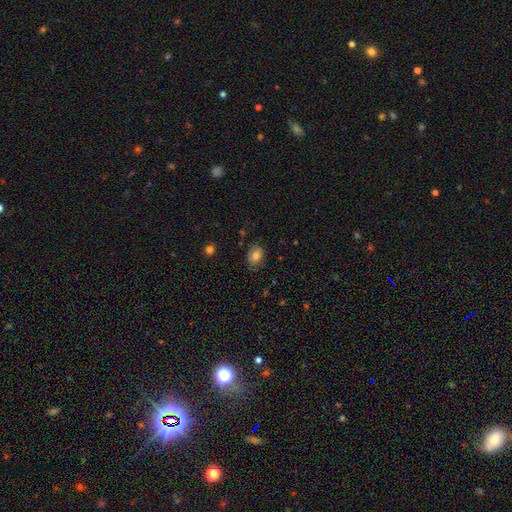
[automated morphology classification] smooth 77%, featured or disk 13%, star or artifact 10%. Down the decision tree: how rounded — in between (66%); merging — none (79%).